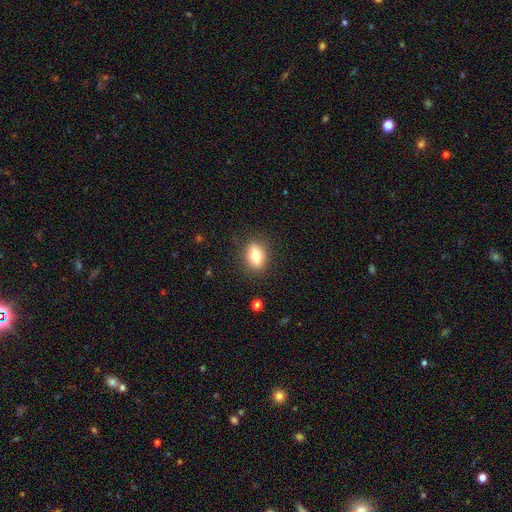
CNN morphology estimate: This is likely a smooth galaxy (73%). How rounded: likely in between (74%). Merging: clearly none (84%).